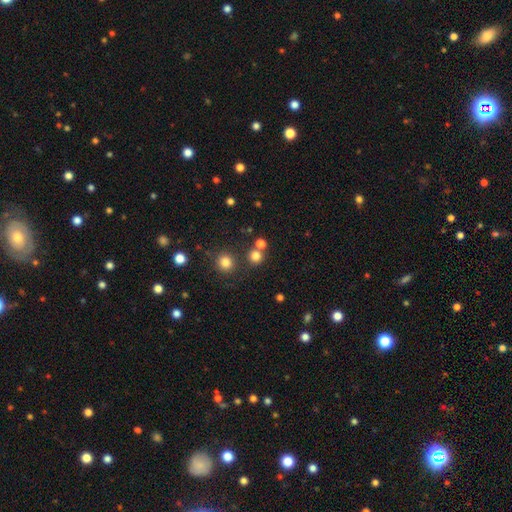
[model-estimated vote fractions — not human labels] smooth-or-featured: smooth: 78% | star or artifact: 16% | featured or disk: 6%
  how-rounded: round: 89% | in between: 10% | cigar-shaped: 1%
  merging: none: 70% | merger: 19% | minor disturbance: 7% | major disturbance: 3%